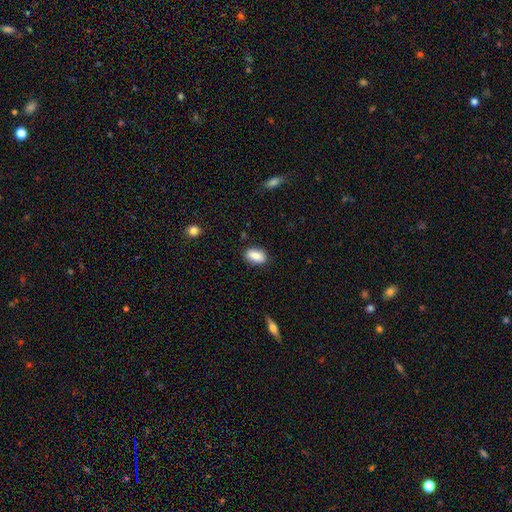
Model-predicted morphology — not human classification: Smooth or featured? Predicted: smooth (p=0.85). How rounded? Predicted: in between (p=0.89). Merging? Predicted: none (p=0.85).